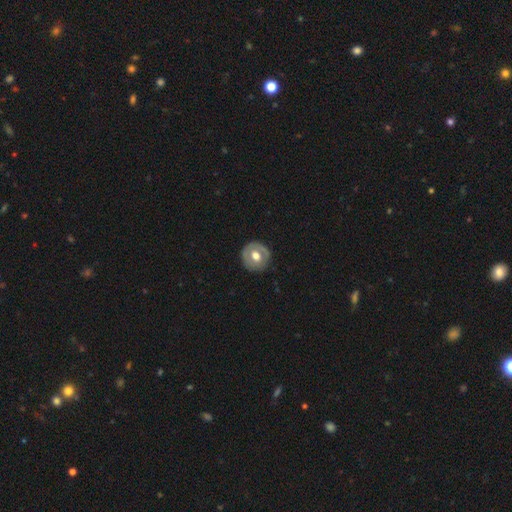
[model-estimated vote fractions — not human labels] Q: Smooth or featured?
A: featured or disk (48%); runner-up: smooth (47%)
Q: Merging?
A: none (85%); runner-up: minor disturbance (11%)